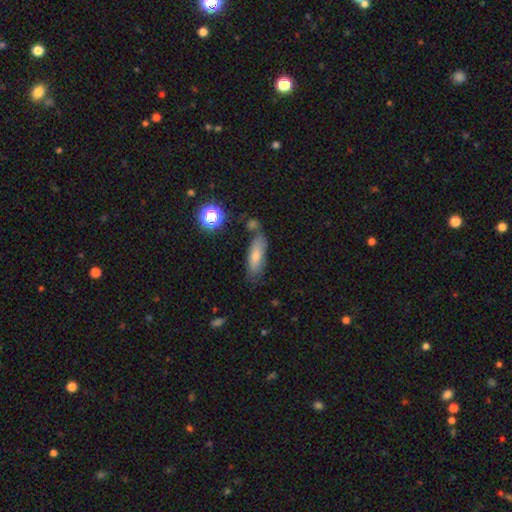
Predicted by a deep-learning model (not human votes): This is likely a smooth galaxy (67%). How rounded: possibly in between (54%). Merging: likely none (68%).